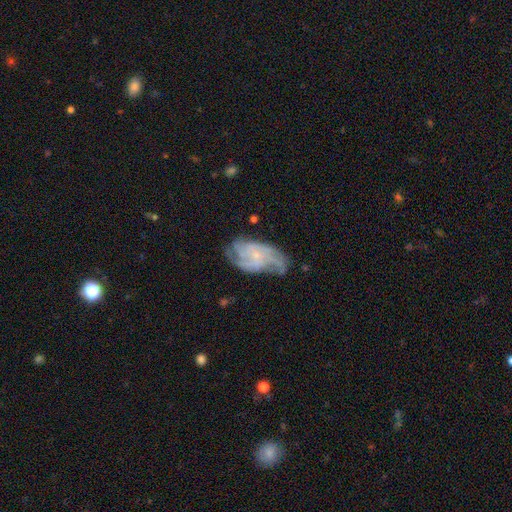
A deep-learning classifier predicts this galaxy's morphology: Smooth or featured: featured or disk — 82% (smooth — 11%)
Edge-on disk: no — 97% (yes — 3%)
Bar: no — 73% (weak — 23%)
Spiral arms: yes — 94% (no — 6%)
Spiral winding: tight — 42% (medium — 41%)
Spiral arm count: 3 — 27% (4 — 26%)
Bulge size: small — 75% (moderate — 13%)
Merging: none — 61% (minor disturbance — 24%)